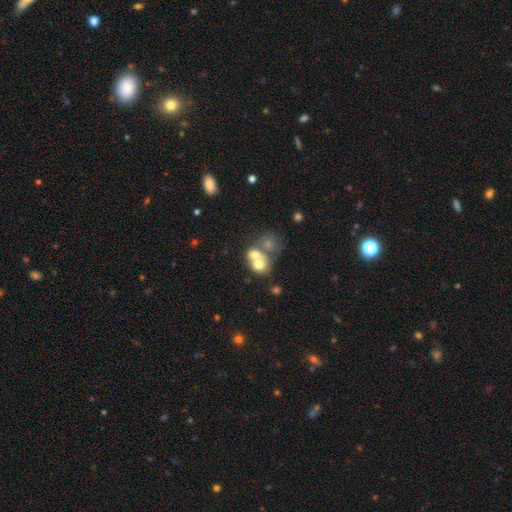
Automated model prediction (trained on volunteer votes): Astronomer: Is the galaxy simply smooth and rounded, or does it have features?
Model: smooth — 64%.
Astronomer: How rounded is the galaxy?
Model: round — 59% (runner-up: in between, 40%).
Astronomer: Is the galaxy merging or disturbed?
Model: merger — 68%.